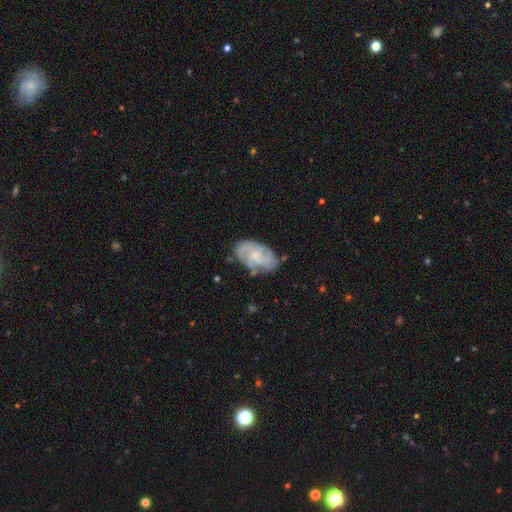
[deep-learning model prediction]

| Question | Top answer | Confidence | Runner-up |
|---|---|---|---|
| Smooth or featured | featured or disk | 71% | smooth (22%) |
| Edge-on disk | no | 97% | yes (3%) |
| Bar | no | 65% | weak (30%) |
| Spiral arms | yes | 90% | no (10%) |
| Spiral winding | tight | 47% | medium (40%) |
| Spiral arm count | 2 | 38% | can't tell (28%) |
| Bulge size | small | 43% | moderate (29%) |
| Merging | none | 71% | minor disturbance (21%) |